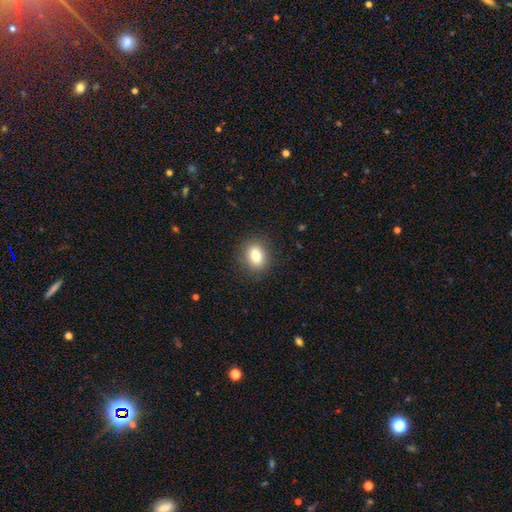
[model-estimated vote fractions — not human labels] Morphology: type=smooth (79%); roundness=in between (51%); merging=none (87%).